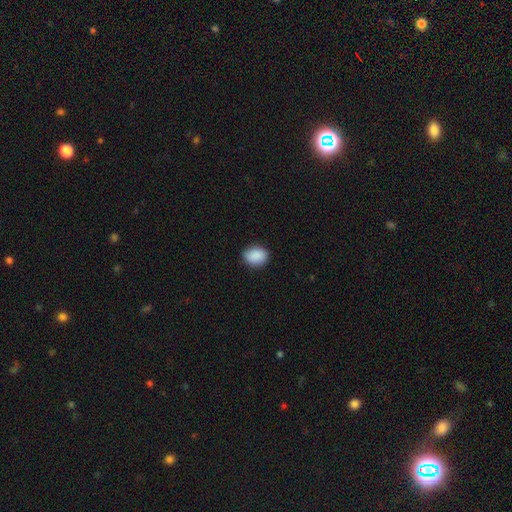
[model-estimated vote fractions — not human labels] This is clearly a smooth galaxy (90%). How rounded: possibly in between (60%). Merging: clearly none (86%).